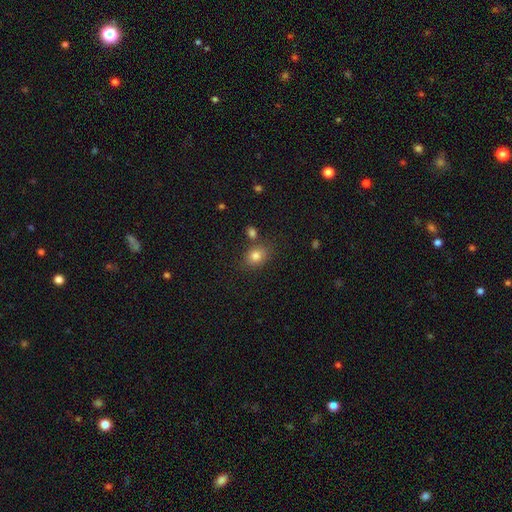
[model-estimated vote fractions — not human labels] A smooth galaxy with no disk features (81%) that is in between round and cigar-shaped (59%).

Vote fractions:
- Smooth or featured? smooth: 81% / star or artifact: 11% / featured or disk: 8%
- How rounded? in between: 59% / round: 40% / cigar-shaped: 1%
- Merging? none: 72% / minor disturbance: 14% / merger: 10% / major disturbance: 4%